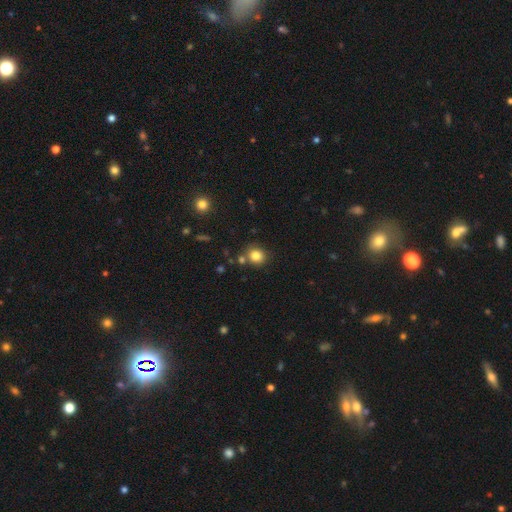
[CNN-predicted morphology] Smooth or featured: smooth — 82% (star or artifact — 12%)
How rounded: round — 81% (in between — 18%)
Merging: none — 76% (minor disturbance — 11%)